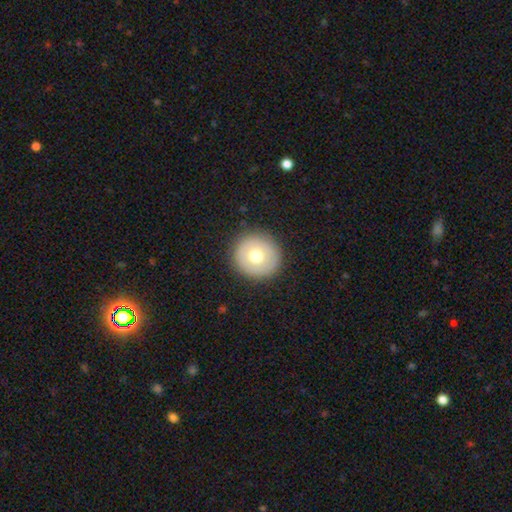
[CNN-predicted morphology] The model was most divided on "smooth or featured": smooth: 68%, featured or disk: 23%, star or artifact: 9%. More confident: how rounded — round (95%); merging — none (90%).